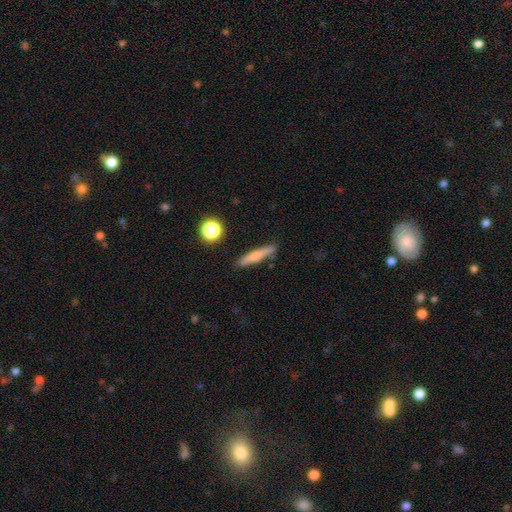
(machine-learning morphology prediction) smooth 61%, featured or disk 32%, star or artifact 8%. Down the decision tree: how rounded — cigar-shaped (90%); merging — none (86%).